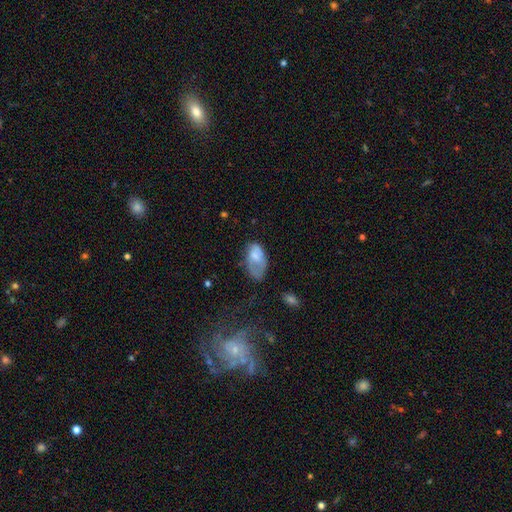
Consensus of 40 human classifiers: Q: Smooth or featured?
A: smooth (82%); runner-up: star or artifact (10%)
Q: How rounded?
A: in between (97%); runner-up: cigar-shaped (3%)
Q: Merging?
A: minor disturbance (36%); runner-up: none (31%)